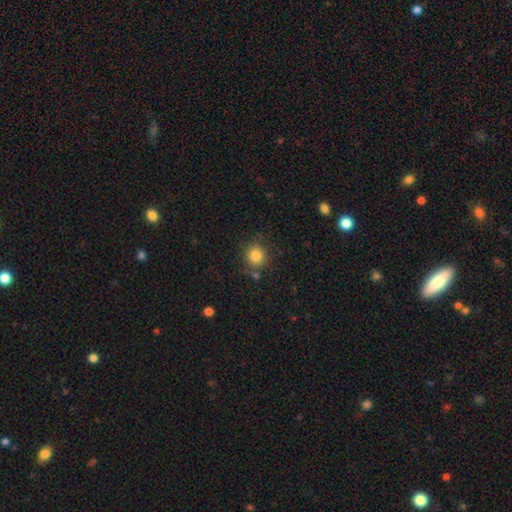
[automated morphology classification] smooth 82%, star or artifact 11%, featured or disk 7%. Down the decision tree: how rounded — round (88%); merging — none (80%).